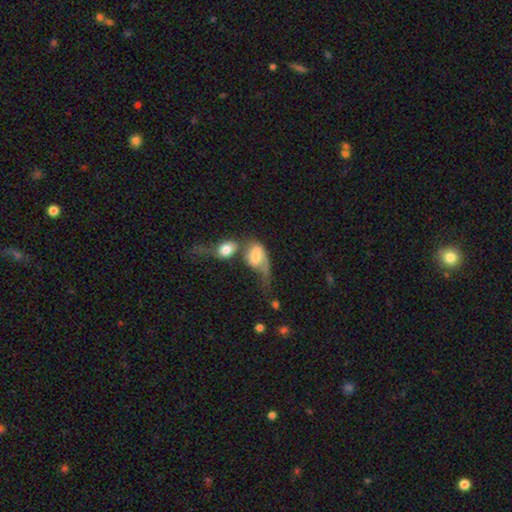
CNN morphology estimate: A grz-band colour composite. It shows a smooth galaxy with no disk features (56%) that is in between round and cigar-shaped (79%). Merging: merger (50%).